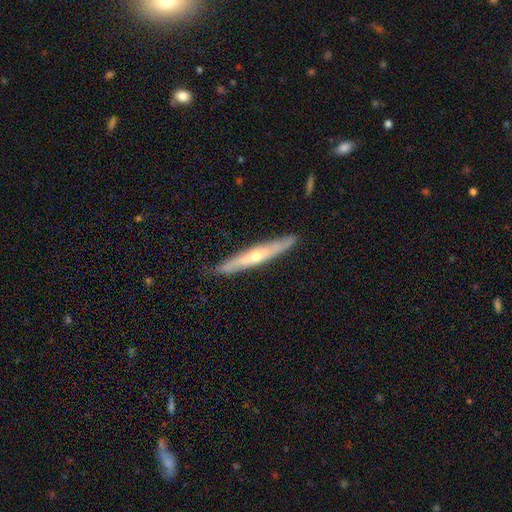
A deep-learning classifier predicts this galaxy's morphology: Smooth or featured: featured or disk — 66% (smooth — 28%)
Edge-on disk: yes — 91% (no — 9%)
Edge-on bulge: rounded — 81% (none — 17%)
Merging: none — 87% (minor disturbance — 10%)